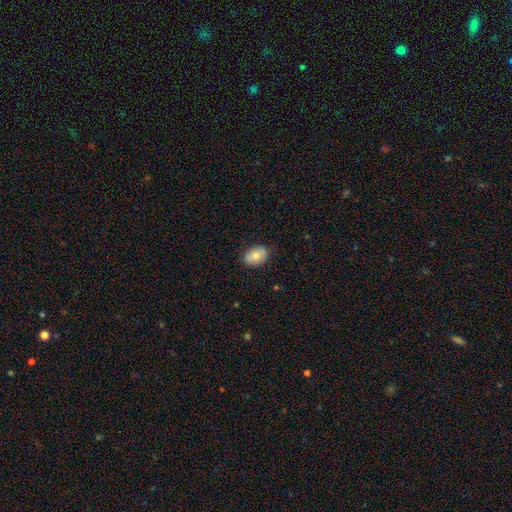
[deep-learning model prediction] The model was most divided on "smooth or featured": smooth: 73%, featured or disk: 20%, star or artifact: 7%. More confident: merging — none (85%); how rounded — in between (76%).